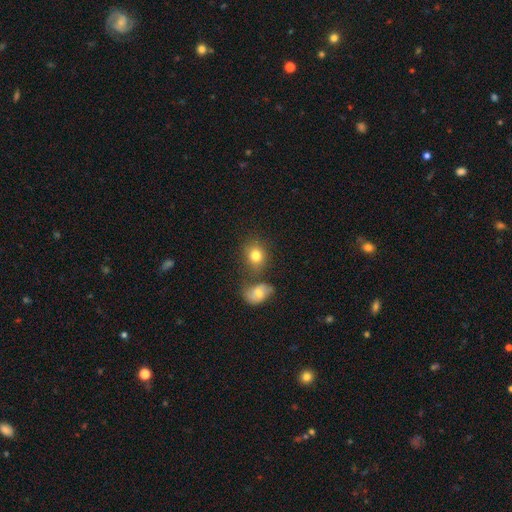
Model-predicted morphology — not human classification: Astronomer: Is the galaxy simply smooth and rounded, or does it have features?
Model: smooth — 79%.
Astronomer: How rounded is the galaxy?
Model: round — 61% (runner-up: in between, 38%).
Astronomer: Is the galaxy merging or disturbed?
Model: none — 61%.